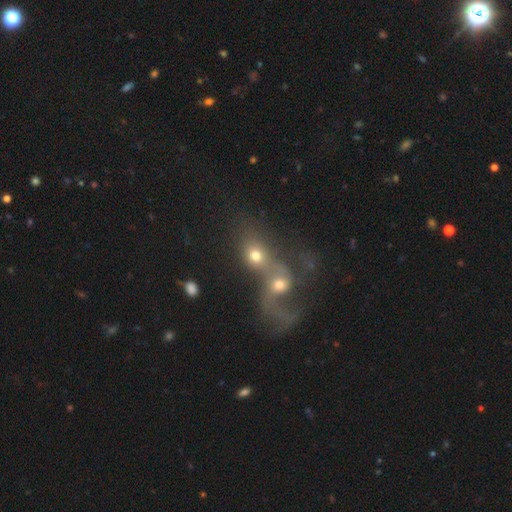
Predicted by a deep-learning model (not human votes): A smooth galaxy with no disk features (59%) that is round (60%). Merging: merger (79%).